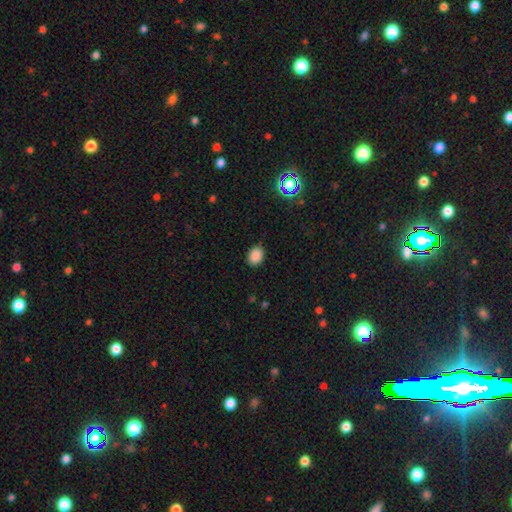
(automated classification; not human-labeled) Smooth or featured? smooth (85%)
How rounded? in between (60%)
Merging? none (85%)